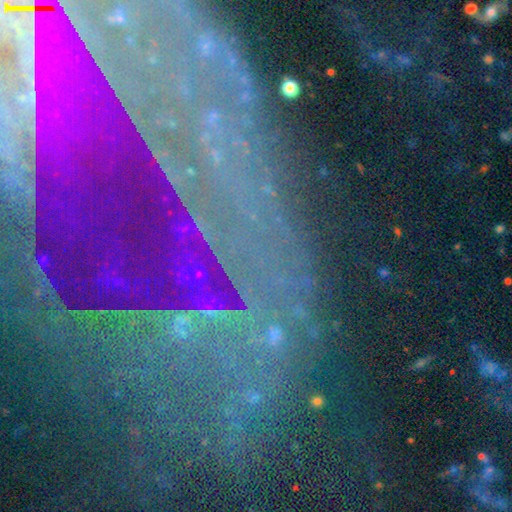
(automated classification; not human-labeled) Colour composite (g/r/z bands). It shows a star or artifact, not a galaxy (66%).